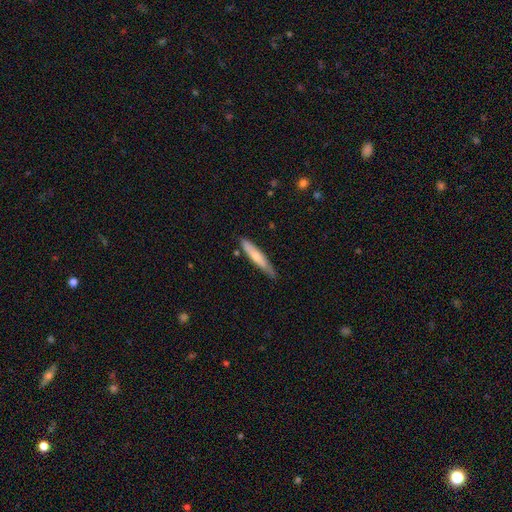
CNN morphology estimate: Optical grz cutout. It shows a smooth galaxy with no disk features (60%) that is cigar-shaped (90%). Merging: none (74%).